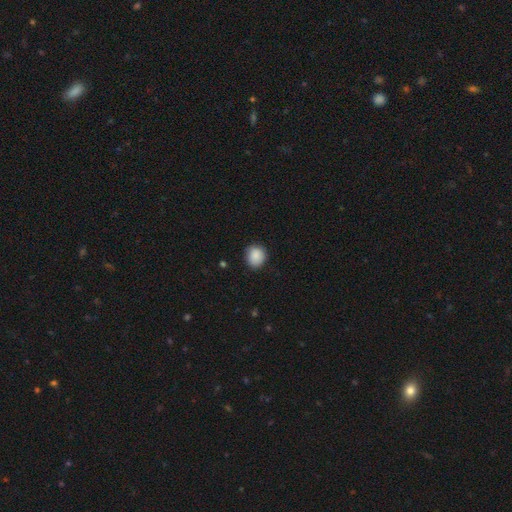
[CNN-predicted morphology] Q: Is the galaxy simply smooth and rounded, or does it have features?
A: smooth — 89%.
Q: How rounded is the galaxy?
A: round — 80%.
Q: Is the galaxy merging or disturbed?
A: none — 83%.